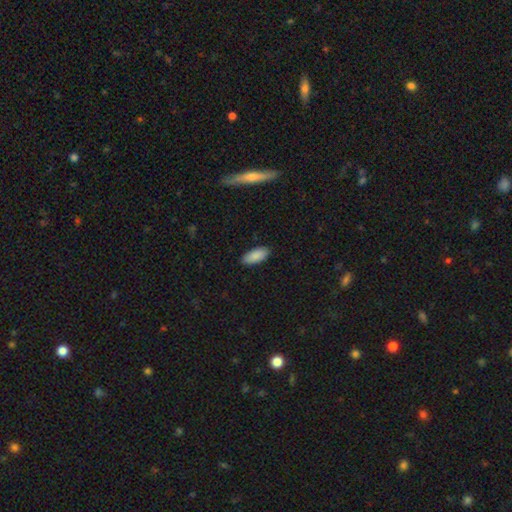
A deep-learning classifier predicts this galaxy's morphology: This is clearly a smooth galaxy (89%). How rounded: clearly in between (90%). Merging: clearly none (87%).